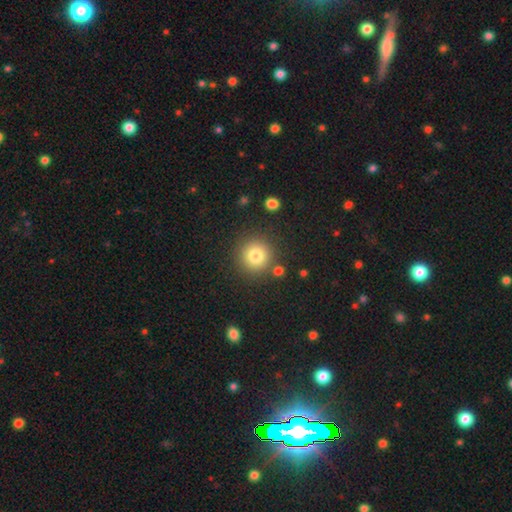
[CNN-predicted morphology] Smooth or featured? Predicted: smooth (p=0.81). How rounded? Predicted: round (p=0.94). Merging? Predicted: none (p=0.86).